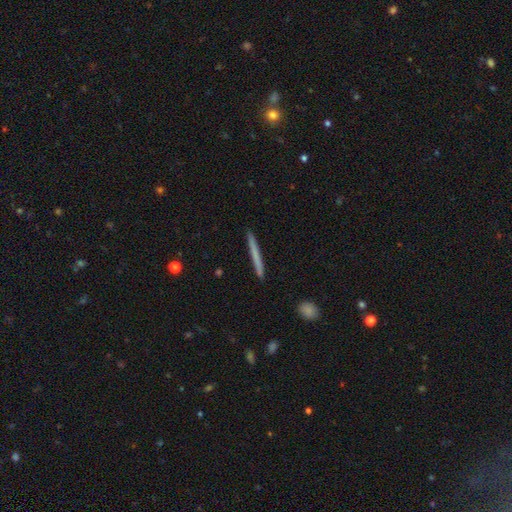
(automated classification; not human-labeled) This appears to be a smooth galaxy with no disk features (61%) that is cigar-shaped (97%). Merging: none (92%).